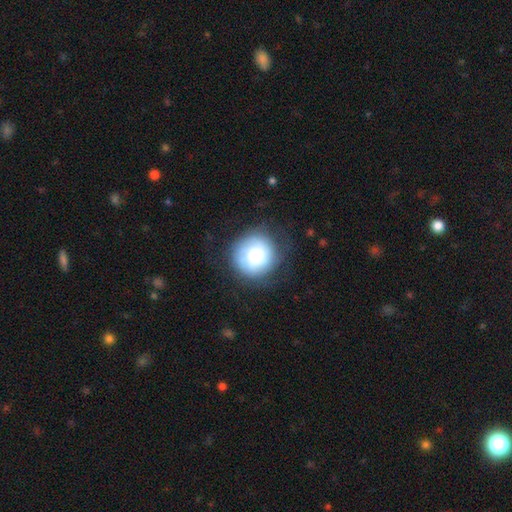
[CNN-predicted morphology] type=smooth (59%); roundness=round (92%); merging=none (68%).